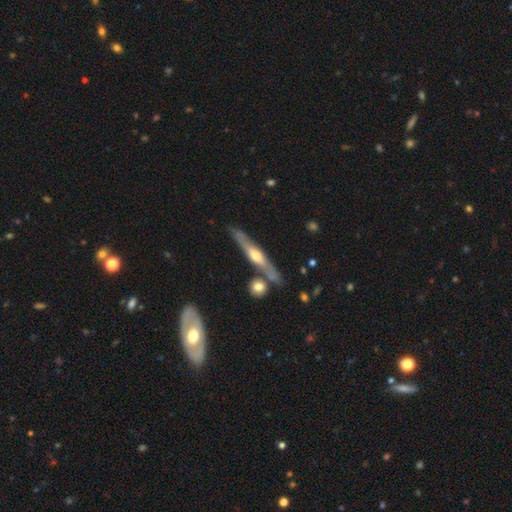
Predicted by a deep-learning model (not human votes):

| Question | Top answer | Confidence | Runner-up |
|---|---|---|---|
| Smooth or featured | featured or disk | 70% | smooth (25%) |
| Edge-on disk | yes | 93% | no (7%) |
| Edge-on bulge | rounded | 87% | none (8%) |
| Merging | none | 79% | minor disturbance (11%) |